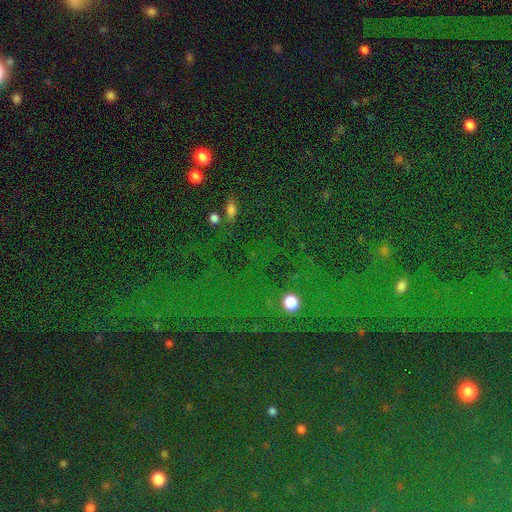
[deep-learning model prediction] star or artifact 83%, smooth 10%, featured or disk 7%.